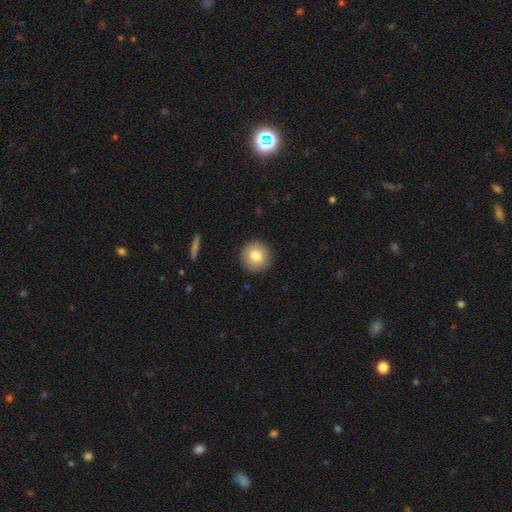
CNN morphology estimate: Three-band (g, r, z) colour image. It shows a smooth galaxy with no disk features (80%) that is round (94%). Merging: none (92%).